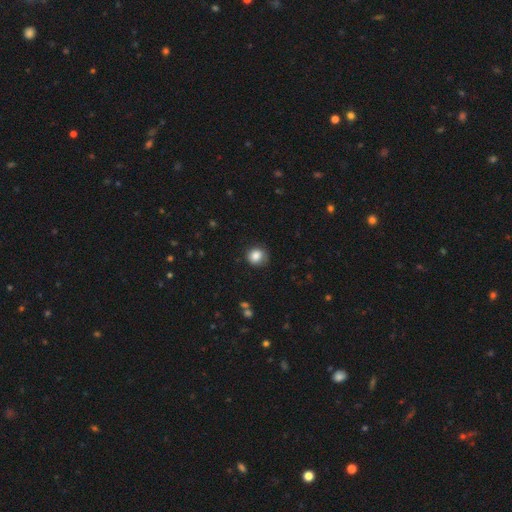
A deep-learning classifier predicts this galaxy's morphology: Overall: smooth (85%). How rounded: round (81%). Merging: none (73%).